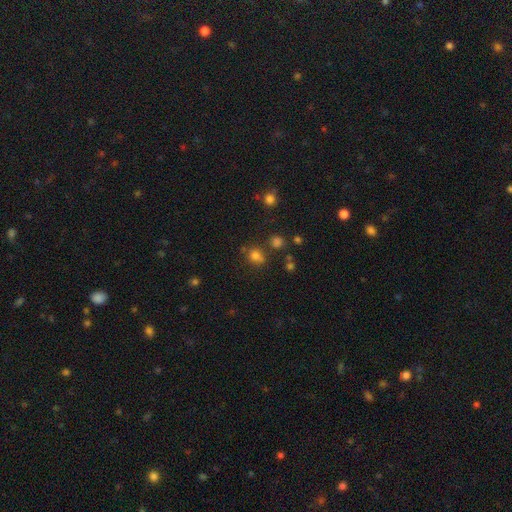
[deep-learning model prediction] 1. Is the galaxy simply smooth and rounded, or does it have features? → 74% smooth, 20% star or artifact, 7% featured or disk.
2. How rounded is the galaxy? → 79% round, 20% in between, 1% cigar-shaped.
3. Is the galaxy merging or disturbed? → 69% none, 13% minor disturbance, 13% merger, 5% major disturbance.